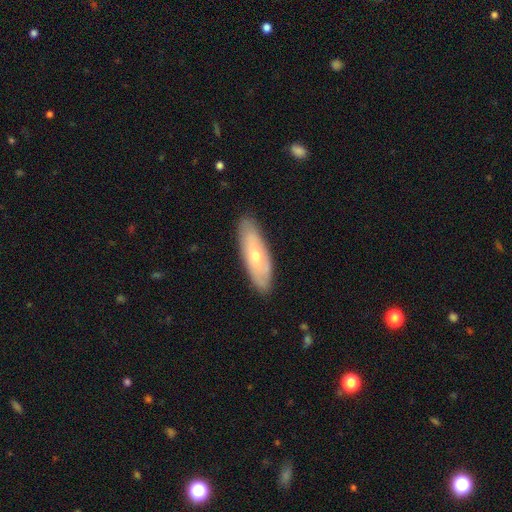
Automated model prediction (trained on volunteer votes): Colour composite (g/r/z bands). It shows a smooth galaxy with no disk features (47%, tied with featured or disk). Merging: none (86%).